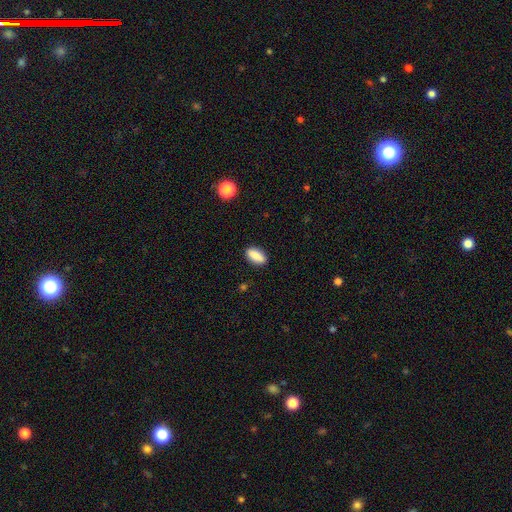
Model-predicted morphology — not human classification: smooth-or-featured: smooth: 87% | star or artifact: 7% | featured or disk: 5%
  how-rounded: in between: 85% | cigar-shaped: 11% | round: 4%
  merging: none: 88% | minor disturbance: 9% | major disturbance: 2% | merger: 1%